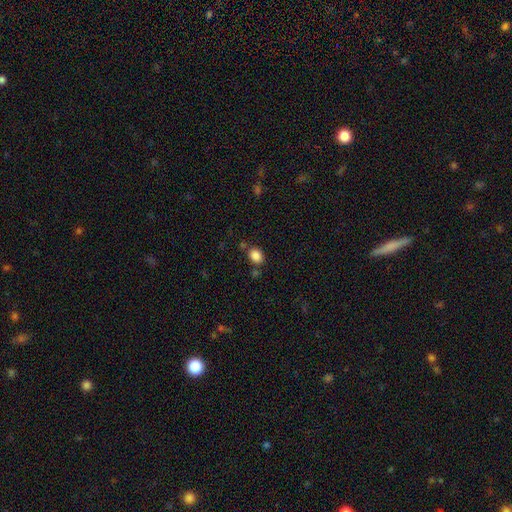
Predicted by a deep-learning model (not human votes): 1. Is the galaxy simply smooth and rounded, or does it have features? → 86% smooth, 10% star or artifact, 4% featured or disk.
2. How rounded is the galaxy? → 59% in between, 41% round, 1% cigar-shaped.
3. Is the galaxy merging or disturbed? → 77% none, 12% minor disturbance, 8% merger, 4% major disturbance.